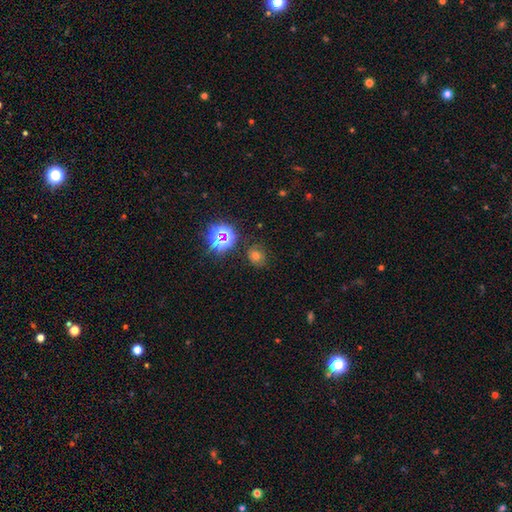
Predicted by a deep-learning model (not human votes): Q: Smooth or featured?
A: smooth (59%); runner-up: star or artifact (32%)
Q: How rounded?
A: round (74%); runner-up: in between (25%)
Q: Merging?
A: none (80%); runner-up: minor disturbance (13%)